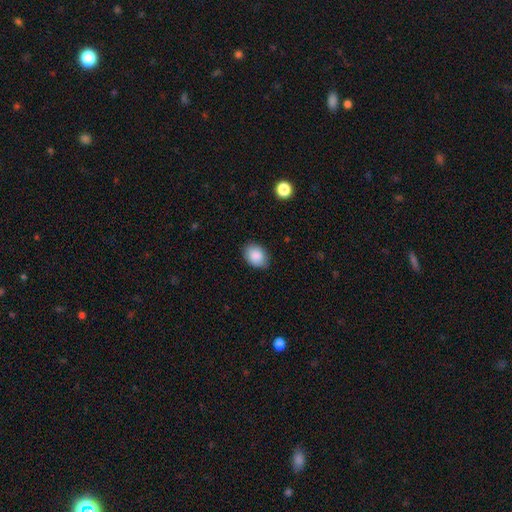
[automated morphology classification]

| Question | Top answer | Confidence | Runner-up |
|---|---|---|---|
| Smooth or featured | smooth | 89% | star or artifact (7%) |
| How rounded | in between | 73% | round (26%) |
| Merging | none | 84% | minor disturbance (12%) |